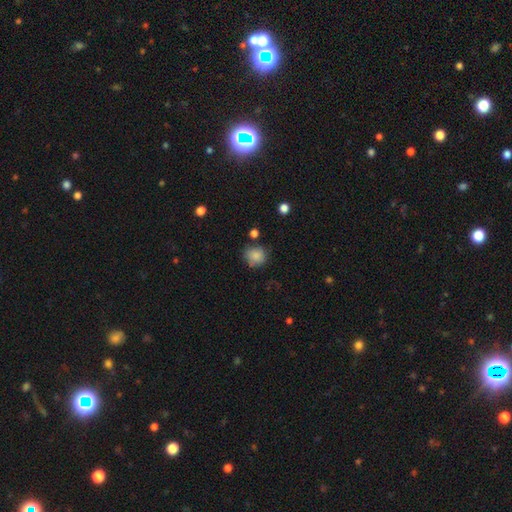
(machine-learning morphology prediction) type=smooth (85%); roundness=round (82%); merging=none (71%).